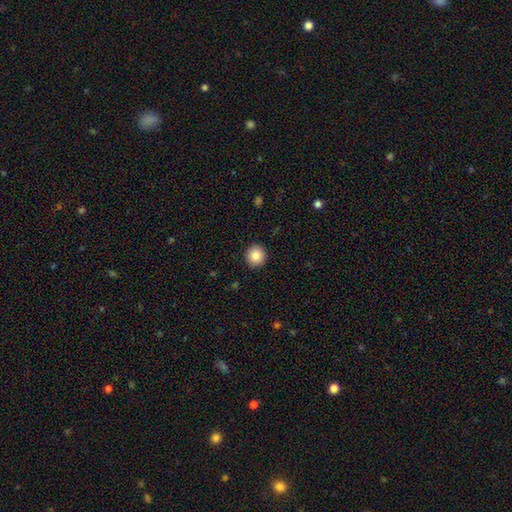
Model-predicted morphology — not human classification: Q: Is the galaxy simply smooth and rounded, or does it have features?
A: smooth — 84%.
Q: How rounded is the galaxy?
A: round — 91%.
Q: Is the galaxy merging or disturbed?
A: none — 92%.